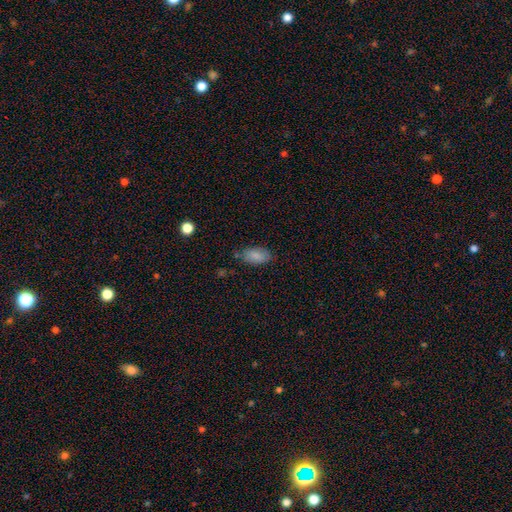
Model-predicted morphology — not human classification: Smooth or featured: smooth — 87% (star or artifact — 7%)
How rounded: in between — 93% (round — 4%)
Merging: none — 76% (minor disturbance — 17%)